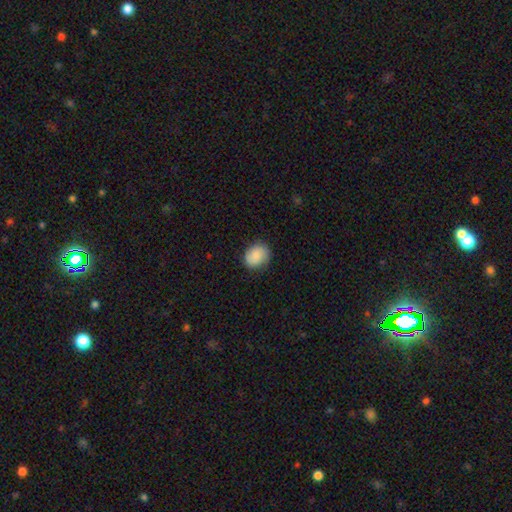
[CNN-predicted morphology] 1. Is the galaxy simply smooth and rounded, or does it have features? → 80% smooth, 13% featured or disk, 7% star or artifact.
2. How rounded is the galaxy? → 56% round, 43% in between, 1% cigar-shaped.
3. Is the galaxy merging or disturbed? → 80% none, 16% minor disturbance, 4% major disturbance, 1% merger.